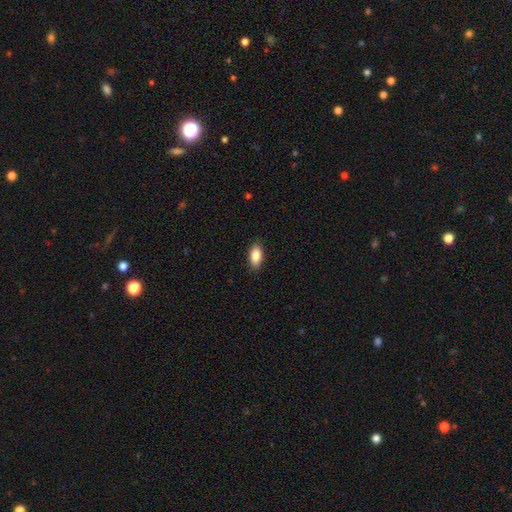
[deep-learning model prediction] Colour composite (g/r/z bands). It shows a smooth galaxy with no disk features (87%) that is in between round and cigar-shaped (91%). Merging: none (89%).